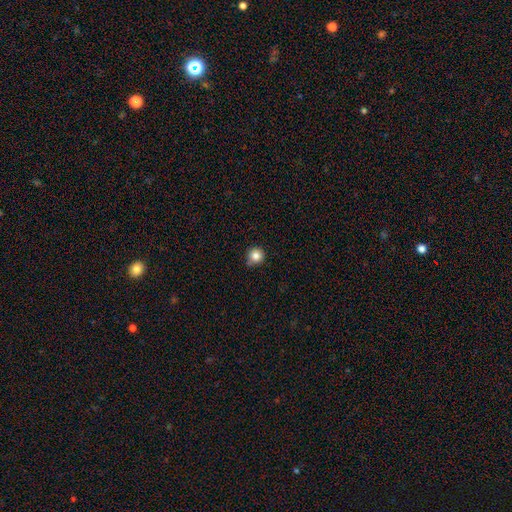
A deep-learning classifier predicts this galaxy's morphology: smooth 84%, star or artifact 11%, featured or disk 5%. Down the decision tree: how rounded — round (95%); merging — none (79%).